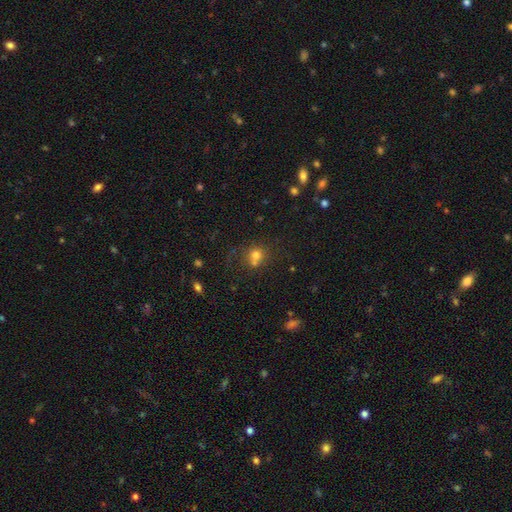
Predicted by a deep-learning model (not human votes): Smooth or featured: smooth — 70% (star or artifact — 16%)
How rounded: round — 81% (in between — 18%)
Merging: none — 47% (merger — 38%)